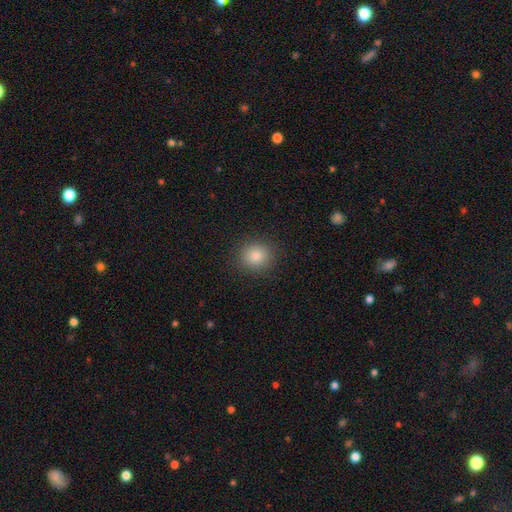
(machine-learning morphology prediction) Q: Smooth or featured?
A: smooth (83%); runner-up: star or artifact (11%)
Q: How rounded?
A: round (84%); runner-up: in between (15%)
Q: Merging?
A: none (90%); runner-up: minor disturbance (6%)